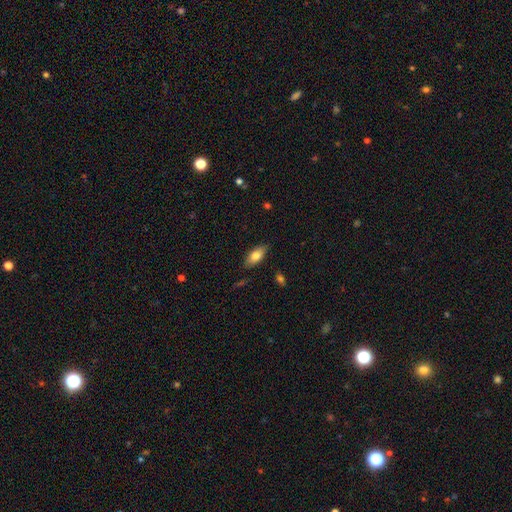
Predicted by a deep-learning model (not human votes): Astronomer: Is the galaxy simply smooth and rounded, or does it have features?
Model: smooth — 74%.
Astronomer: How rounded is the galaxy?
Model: in between — 85%.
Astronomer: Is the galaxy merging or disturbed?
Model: none — 84%.